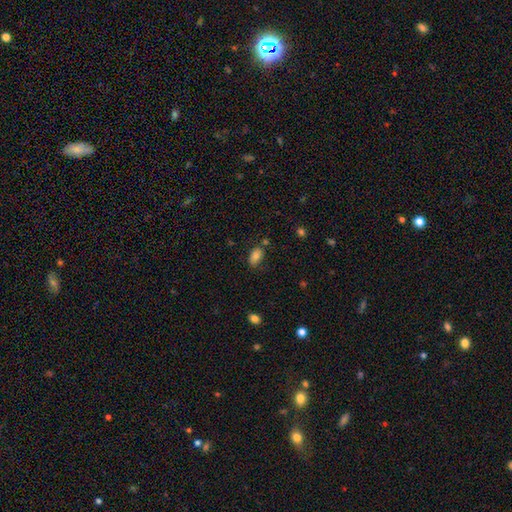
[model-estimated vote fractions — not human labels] Smooth or featured? Predicted: smooth (p=0.83). How rounded? Predicted: in between (p=0.91). Merging? Predicted: none (p=0.72).